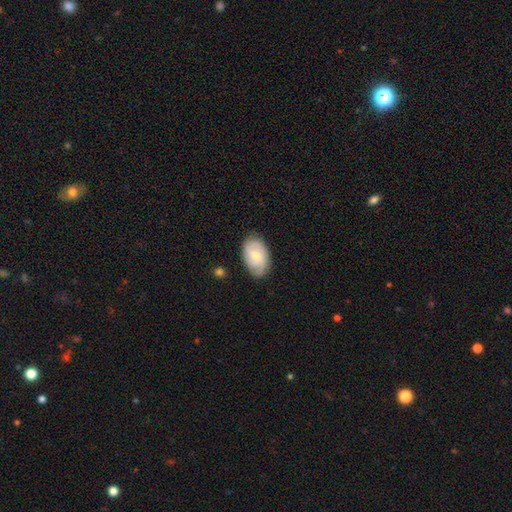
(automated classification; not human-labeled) smooth_or_featured: featured or disk (p=0.47) [tied with: smooth p=0.47]
merging: none (p=0.76) [alt: minor disturbance p=0.19]